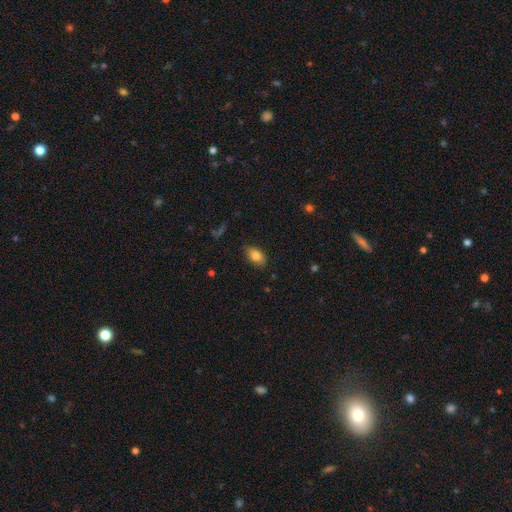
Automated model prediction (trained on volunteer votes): A smooth galaxy with no disk features (83%) that is in between round and cigar-shaped (90%).

Vote fractions:
- Smooth or featured? smooth: 83% / featured or disk: 9% / star or artifact: 8%
- How rounded? in between: 90% / round: 8% / cigar-shaped: 2%
- Merging? none: 81% / minor disturbance: 15% / major disturbance: 3% / merger: 1%